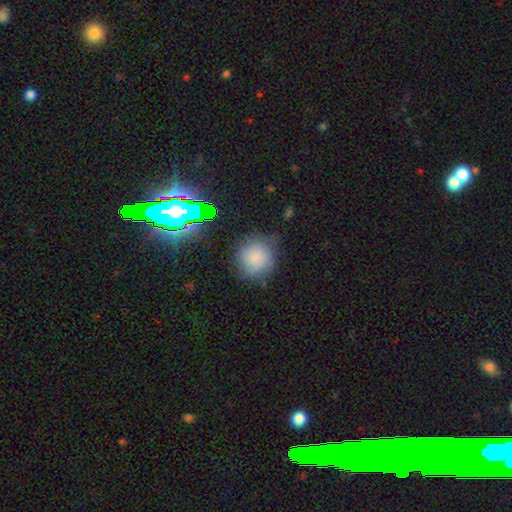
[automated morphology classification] Overall: smooth (76%). How rounded: round (90%). Merging: none (71%).